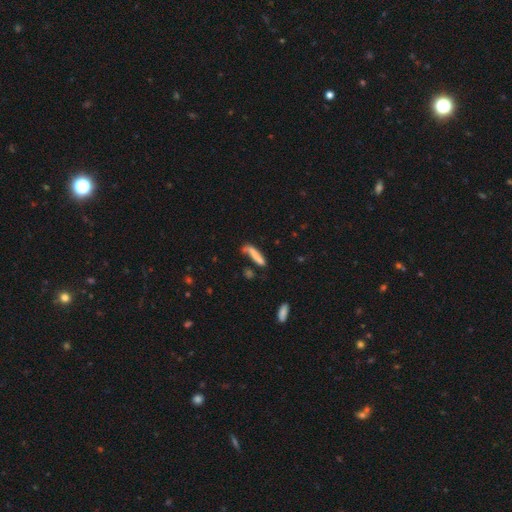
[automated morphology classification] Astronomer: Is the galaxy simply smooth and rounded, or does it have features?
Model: smooth — 73%.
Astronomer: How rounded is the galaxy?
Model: cigar-shaped — 86%.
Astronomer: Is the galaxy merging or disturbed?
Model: none — 52%.